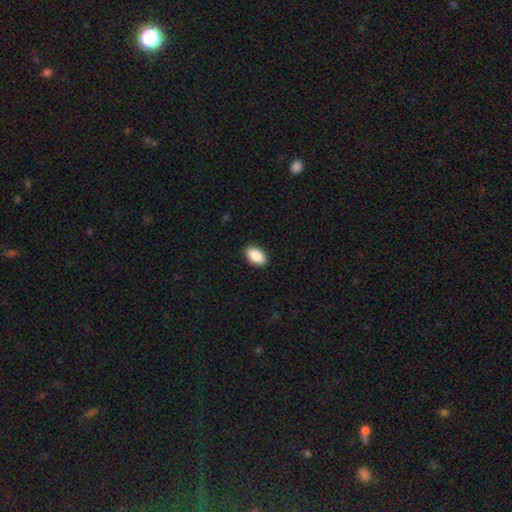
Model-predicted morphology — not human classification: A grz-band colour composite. It shows a smooth galaxy with no disk features (90%) that is in between round and cigar-shaped (94%). Merging: none (90%).